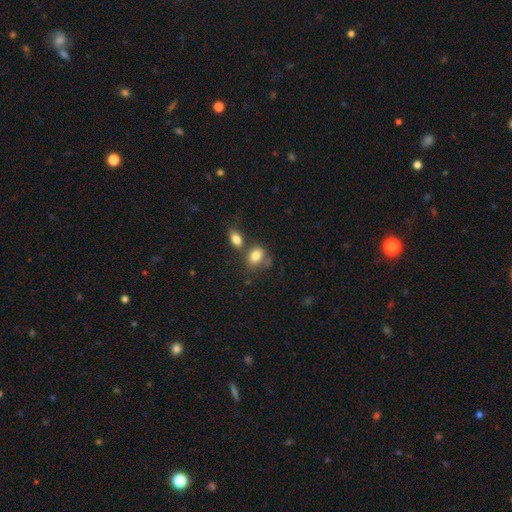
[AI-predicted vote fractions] The model was most divided on "merging": none: 48%, merger: 31%, minor disturbance: 15%, major disturbance: 6%. More confident: smooth or featured — smooth (81%); how rounded — in between (74%).